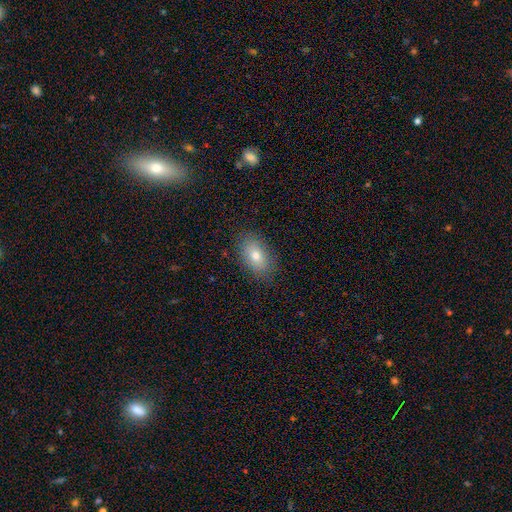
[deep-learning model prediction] A smooth galaxy with no disk features (77%) that is in between round and cigar-shaped (89%). Merging: none (87%).